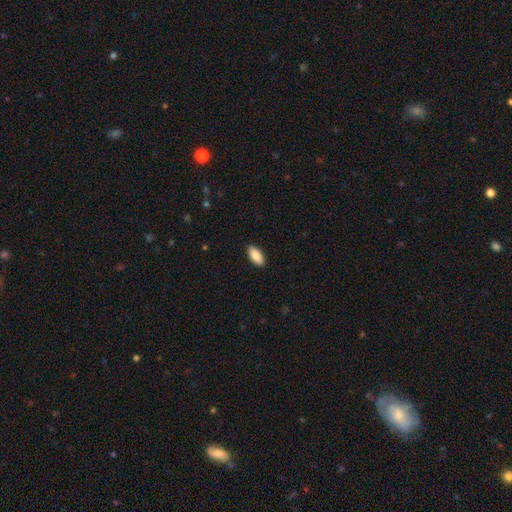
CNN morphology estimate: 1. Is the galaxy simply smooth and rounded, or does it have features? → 89% smooth, 6% star or artifact, 5% featured or disk.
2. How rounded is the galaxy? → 88% in between, 10% cigar-shaped, 2% round.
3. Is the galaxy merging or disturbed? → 90% none, 7% minor disturbance, 2% major disturbance, 1% merger.